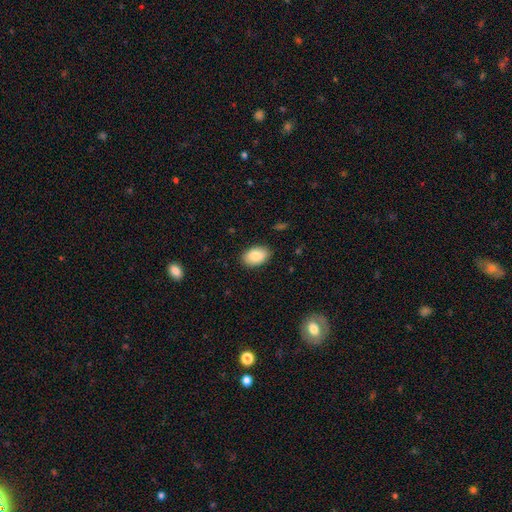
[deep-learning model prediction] smooth 87%, star or artifact 7%, featured or disk 6%. Down the decision tree: how rounded — in between (90%); merging — none (87%).